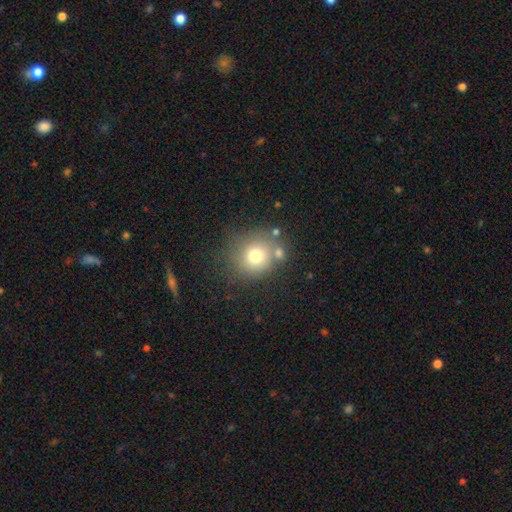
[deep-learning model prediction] The model was most divided on "merging": none: 66%, minor disturbance: 14%, merger: 14%, major disturbance: 6%. More confident: how rounded — round (87%); smooth or featured — smooth (73%).